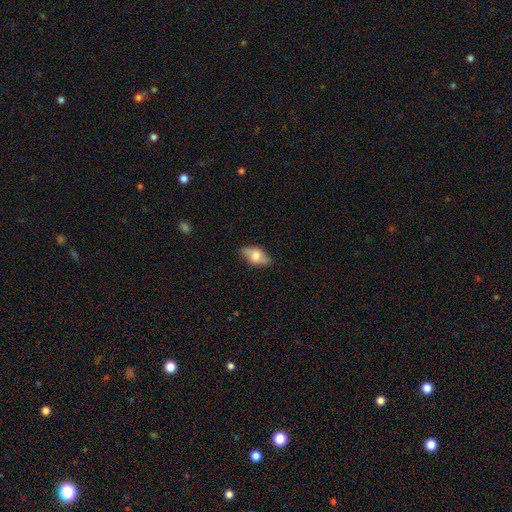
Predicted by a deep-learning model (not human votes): Smooth or featured: smooth — 63% (featured or disk — 30%)
How rounded: in between — 87% (cigar-shaped — 8%)
Merging: none — 77% (minor disturbance — 18%)